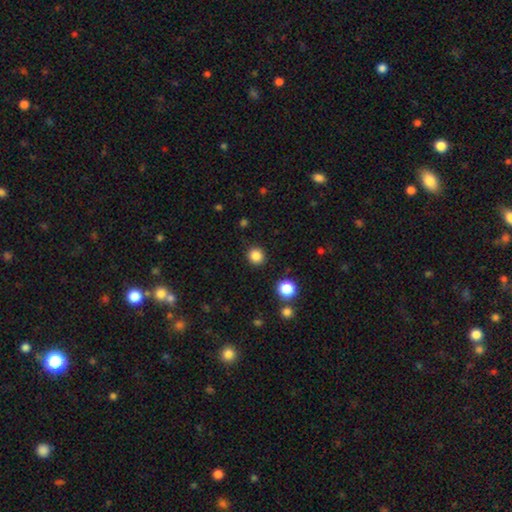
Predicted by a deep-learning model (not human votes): Smooth or featured? smooth (85%)
How rounded? round (90%)
Merging? none (90%)